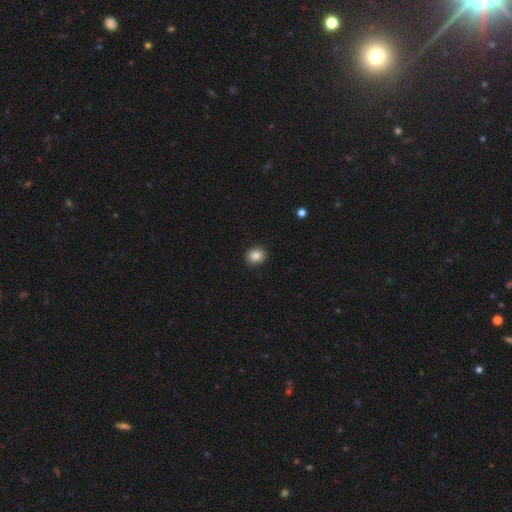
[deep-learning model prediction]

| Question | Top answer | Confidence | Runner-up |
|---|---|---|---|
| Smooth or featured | smooth | 85% | star or artifact (10%) |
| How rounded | round | 69% | in between (30%) |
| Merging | none | 92% | minor disturbance (6%) |